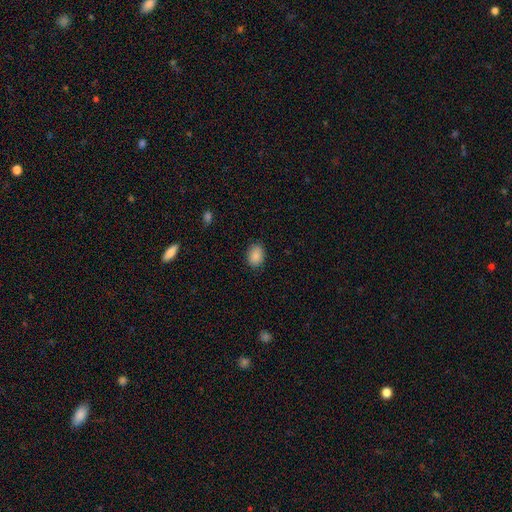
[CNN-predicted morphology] smooth-or-featured: smooth: 88% | star or artifact: 8% | featured or disk: 4%
  how-rounded: in between: 73% | round: 26% | cigar-shaped: 1%
  merging: none: 85% | minor disturbance: 11% | major disturbance: 3% | merger: 1%